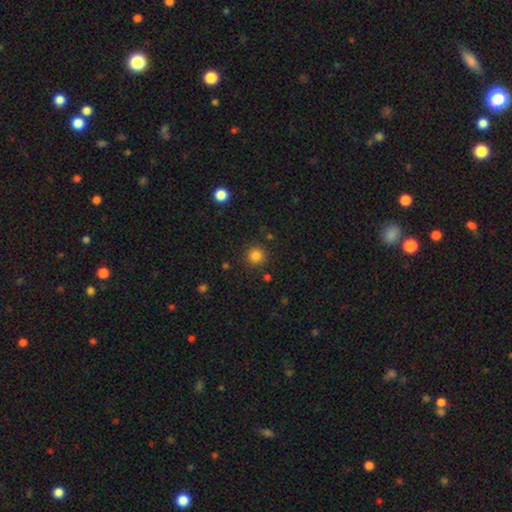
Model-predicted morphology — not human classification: This is clearly a smooth galaxy (83%). How rounded: clearly round (94%). Merging: clearly none (88%).